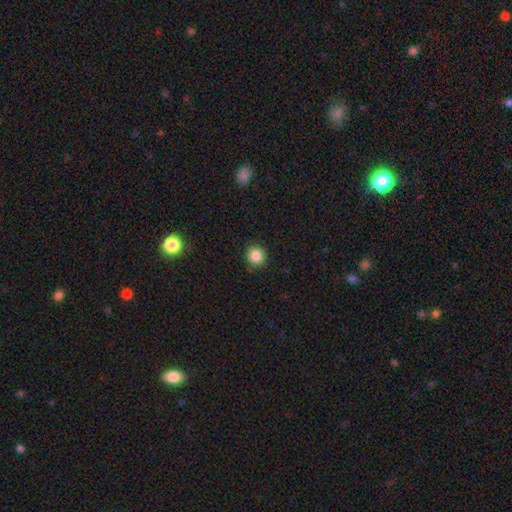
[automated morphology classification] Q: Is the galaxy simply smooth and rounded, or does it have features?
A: smooth — 85%.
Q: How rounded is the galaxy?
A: round — 91%.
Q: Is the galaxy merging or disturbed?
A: none — 88%.